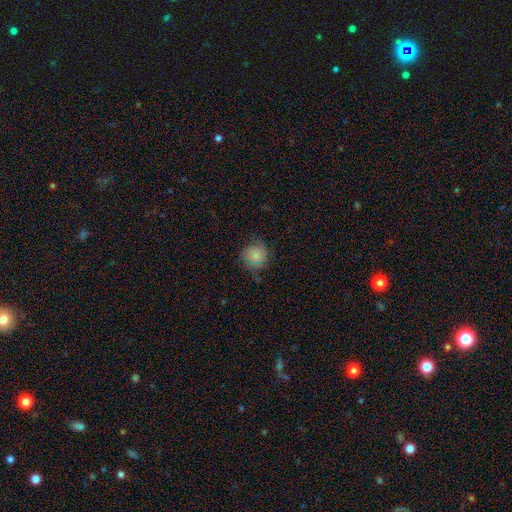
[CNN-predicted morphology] Smooth or featured? smooth (71%)
How rounded? round (89%)
Merging? none (67%)